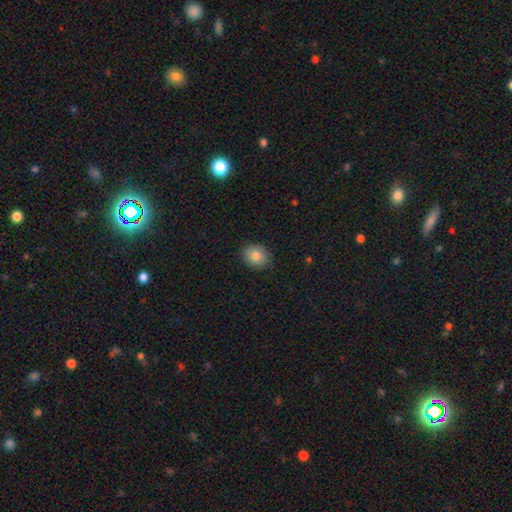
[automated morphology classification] Smooth or featured? smooth (82%)
How rounded? round (61%)
Merging? none (86%)